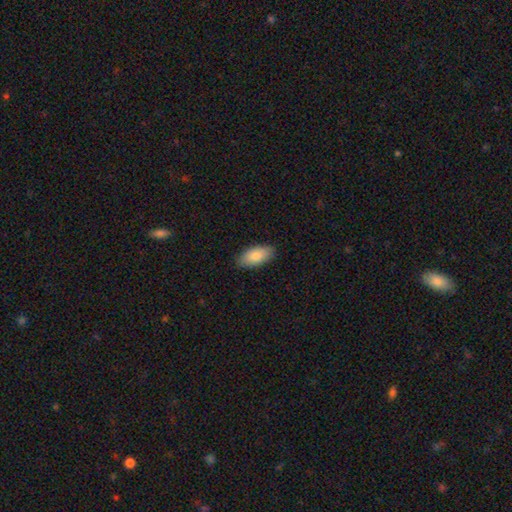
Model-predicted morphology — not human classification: Smooth or featured? Predicted: smooth (p=0.86). How rounded? Predicted: in between (p=0.92). Merging? Predicted: none (p=0.87).